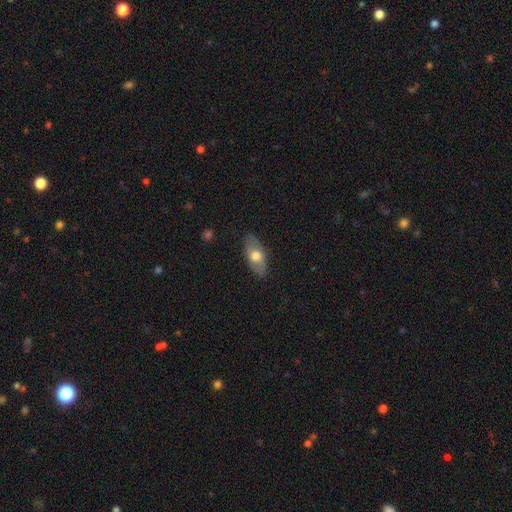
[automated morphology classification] A smooth galaxy with no disk features (61%) that is in between round and cigar-shaped (90%). Merging: none (84%).